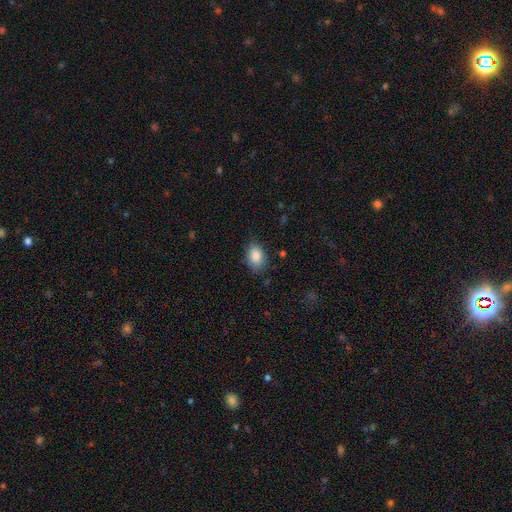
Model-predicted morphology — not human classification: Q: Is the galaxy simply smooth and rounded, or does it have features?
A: smooth — 87%.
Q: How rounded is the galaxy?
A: in between — 85%.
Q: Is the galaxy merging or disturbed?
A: none — 79%.